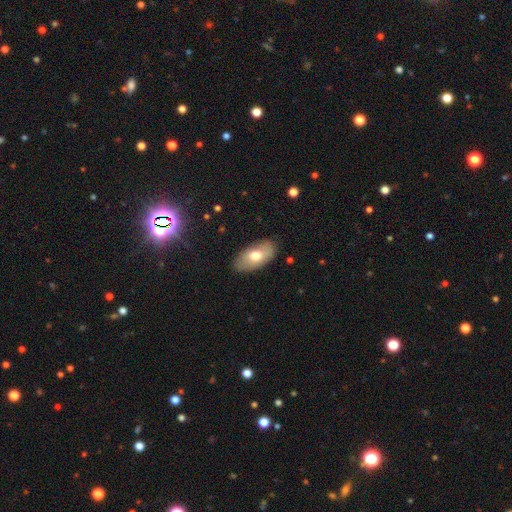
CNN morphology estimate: Smooth or featured? Predicted: smooth (p=0.66). How rounded? Predicted: in between (p=0.93). Merging? Predicted: none (p=0.83).